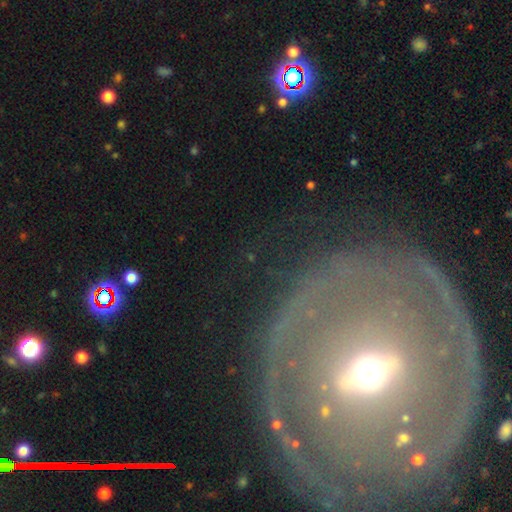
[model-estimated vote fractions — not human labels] featured or disk 67%, smooth 17%, star or artifact 15%. Down the decision tree: edge-on disk — no (81%); bar — strong (37%); spiral arms — no (54%); bulge size — moderate (68%); merging — none (78%).